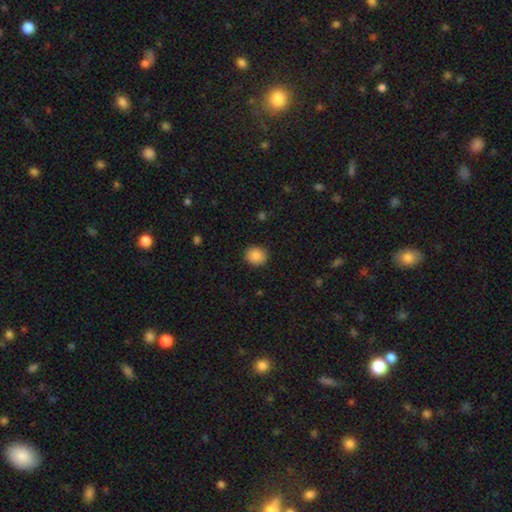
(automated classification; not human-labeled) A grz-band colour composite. It shows a smooth galaxy with no disk features (87%) that is round (79%). Merging: none (91%).